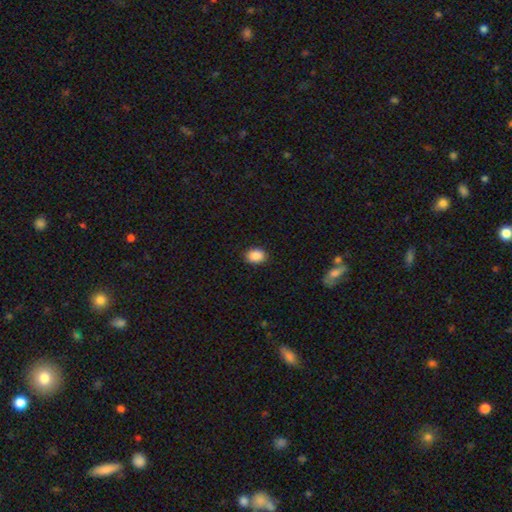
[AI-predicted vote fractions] Smooth or featured?
  - smooth: 89% *
  - star or artifact: 8%
  - featured or disk: 3%
How rounded?
  - in between: 68% *
  - round: 31%
  - cigar-shaped: 1%
Merging?
  - none: 87% *
  - minor disturbance: 10%
  - major disturbance: 2%
  - merger: 1%